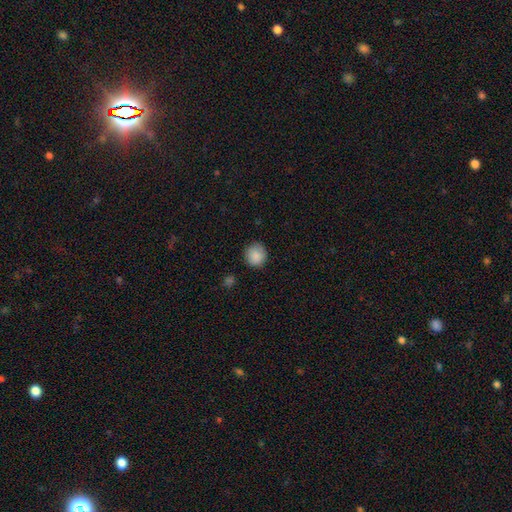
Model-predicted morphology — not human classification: Smooth or featured?
  - smooth: 88% *
  - star or artifact: 8%
  - featured or disk: 4%
How rounded?
  - round: 91% *
  - in between: 8%
  - cigar-shaped: 1%
Merging?
  - none: 87% *
  - minor disturbance: 9%
  - major disturbance: 2%
  - merger: 1%